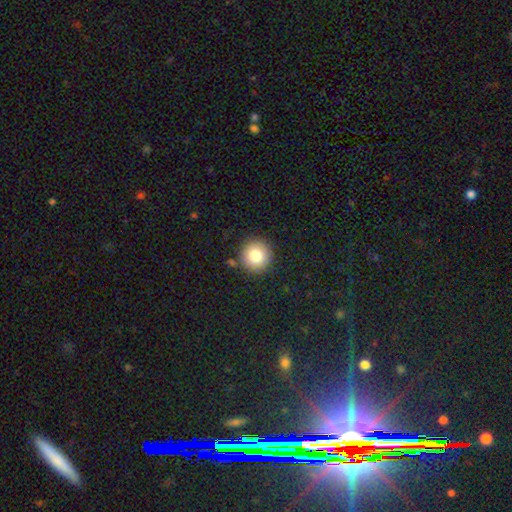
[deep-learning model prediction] Smooth or featured? smooth (80%)
How rounded? round (94%)
Merging? none (88%)